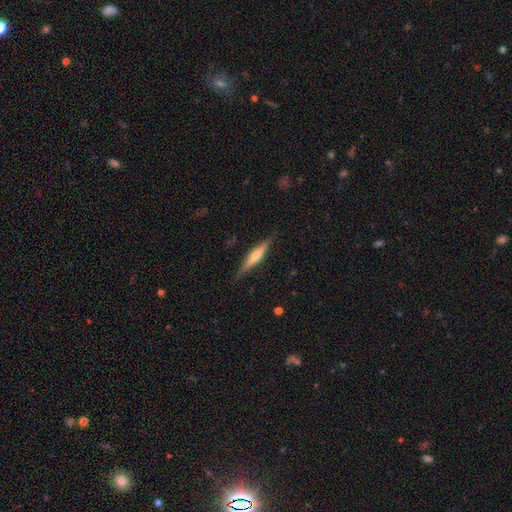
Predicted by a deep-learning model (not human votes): A featured or disk galaxy (61%) viewed edge-on (95%) with a rounded central bulge (73%). Merging: none (85%).